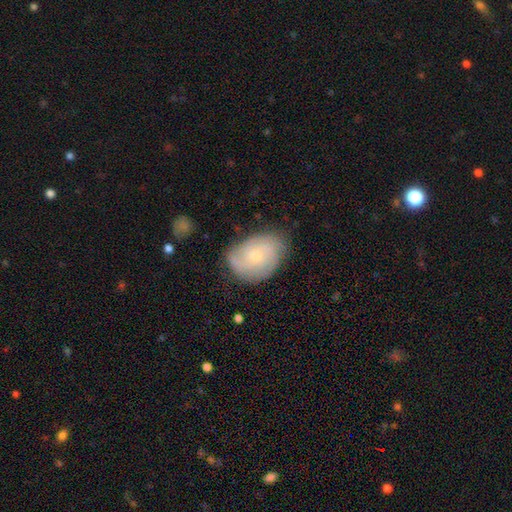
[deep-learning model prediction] A featured or disk galaxy (67%) with no bar (76%), 3 (30%, tied with can't tell) tight (52%) spiral arms (91%) and a small central bulge (67%).

Vote fractions:
- Smooth or featured? featured or disk: 67% / smooth: 26% / star or artifact: 7%
- Edge-on disk? no: 97% / yes: 3%
- Bar? no: 76% / weak: 21% / strong: 3%
- Spiral arms? yes: 91% / no: 9%
- Spiral winding? tight: 52% / medium: 36% / loose: 12%
- Spiral arm count? 3: 30% (tied) / can't tell: 30% (tied) / 2: 23% / 4: 8% / 1: 4% / more than 4: 4%
- Bulge size? small: 67% / moderate: 30% / none: 1% / large: 1% / dominant: 1%
- Merging? none: 69% / minor disturbance: 23% / major disturbance: 6% / merger: 2%